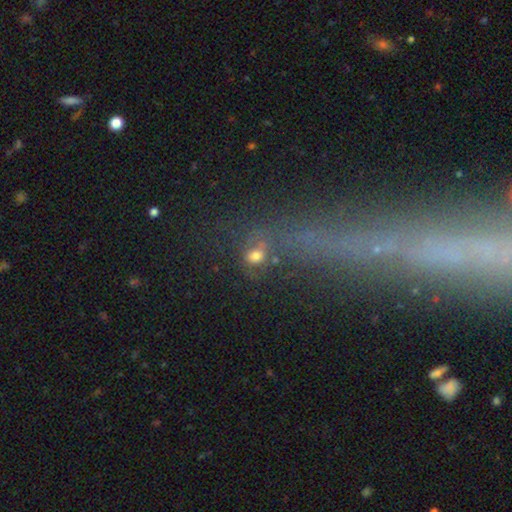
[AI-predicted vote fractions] This is possibly a smooth galaxy (47%). Merging: marginally none (44%).